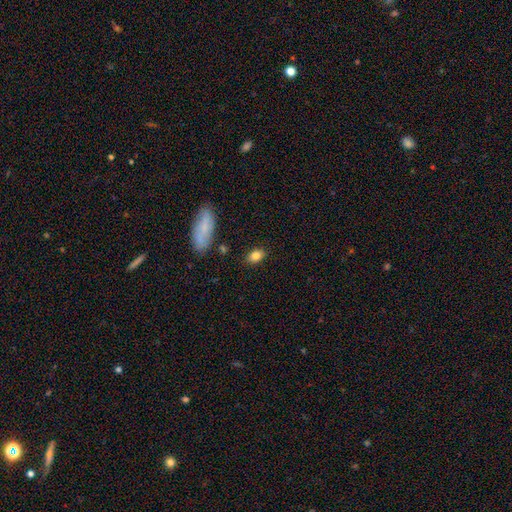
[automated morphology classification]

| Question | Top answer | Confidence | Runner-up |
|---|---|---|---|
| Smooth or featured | smooth | 83% | star or artifact (9%) |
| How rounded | in between | 82% | round (16%) |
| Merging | none | 84% | minor disturbance (11%) |